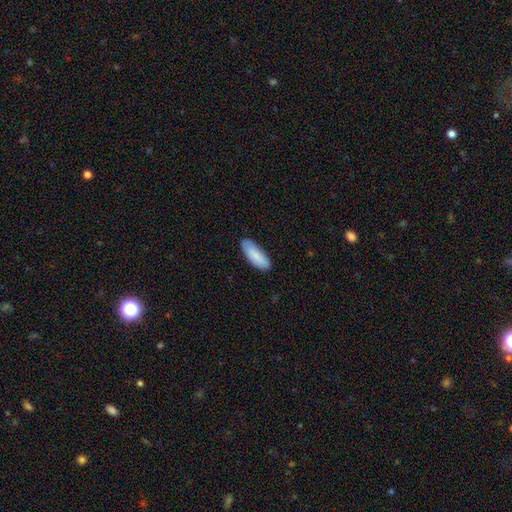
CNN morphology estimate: Overall: smooth (85%). How rounded: in between (69%; cigar-shaped 29%). Merging: none (85%).